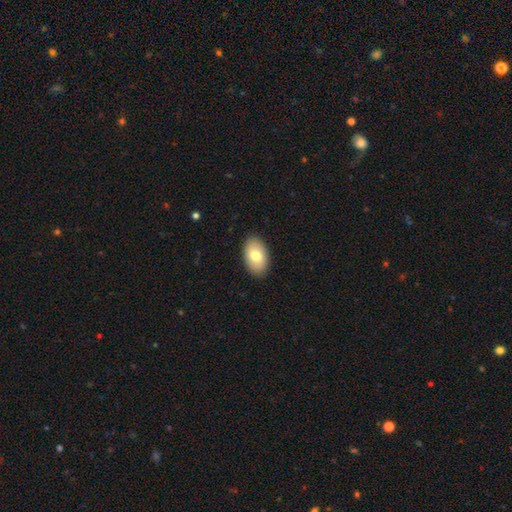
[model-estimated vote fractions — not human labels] smooth 77%, featured or disk 17%, star or artifact 6%. Down the decision tree: how rounded — in between (93%); merging — none (90%).